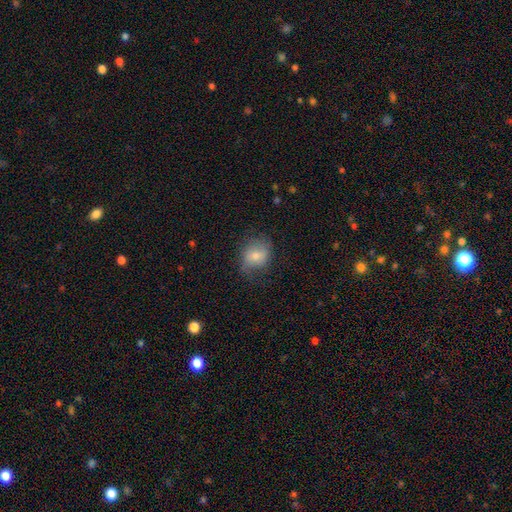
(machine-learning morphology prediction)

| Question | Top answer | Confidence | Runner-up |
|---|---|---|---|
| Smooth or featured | smooth | 63% | featured or disk (28%) |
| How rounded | round | 53% | in between (46%) |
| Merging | none | 60% | minor disturbance (26%) |